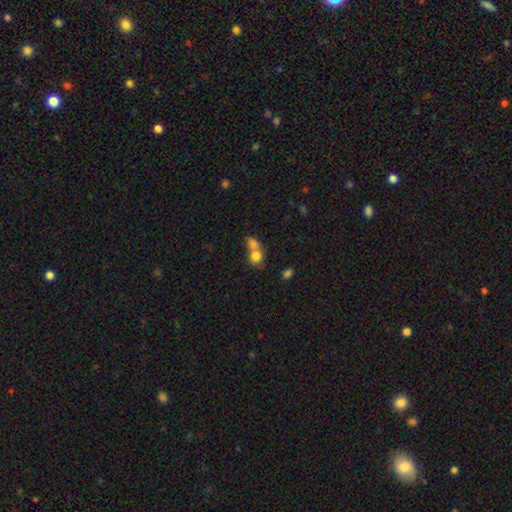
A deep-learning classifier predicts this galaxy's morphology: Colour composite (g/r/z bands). It shows a smooth galaxy with no disk features (78%) that is round (71%). Merging: merger (62%).